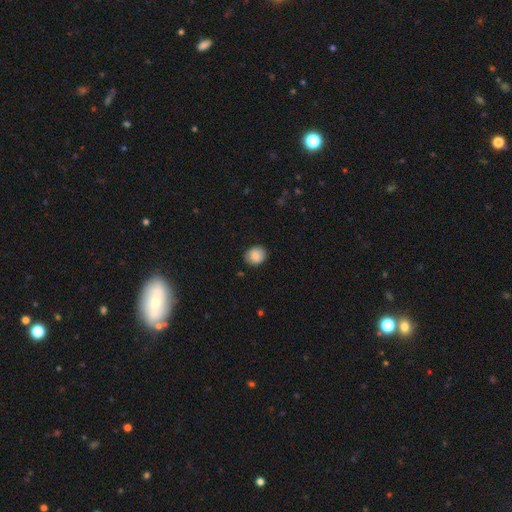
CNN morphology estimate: The model was most divided on "how rounded": round: 69%, in between: 30%, cigar-shaped: 1%. More confident: smooth or featured — smooth (84%); merging — none (84%).